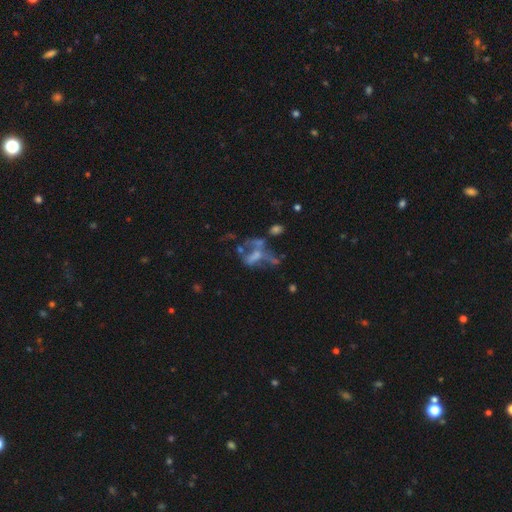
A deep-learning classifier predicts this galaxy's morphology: featured or disk 55%, smooth 25%, star or artifact 20%. Down the decision tree: edge-on disk — no (94%); bar — no (79%); spiral arms — no (88%); bulge size — none (59%); merging — major disturbance (37%).